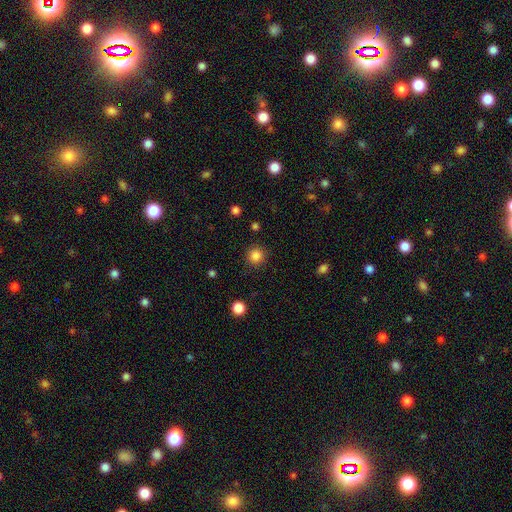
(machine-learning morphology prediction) This is clearly a smooth galaxy (85%). How rounded: clearly round (94%). Merging: clearly none (89%).